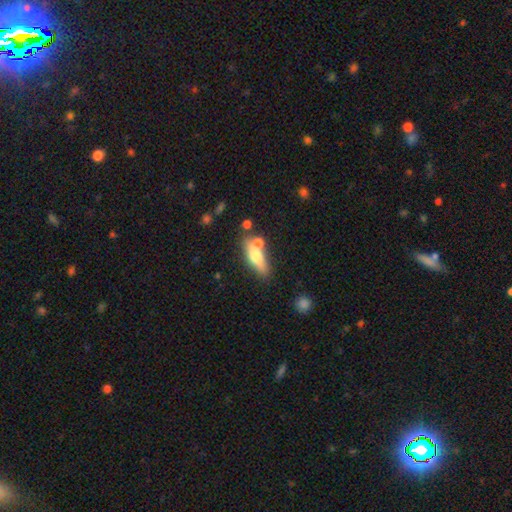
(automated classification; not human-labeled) smooth_or_featured: smooth (p=0.58) [alt: featured or disk p=0.34]
how_rounded: in between (p=0.52) [alt: cigar-shaped p=0.42]
merging: none (p=0.57) [alt: merger p=0.23]